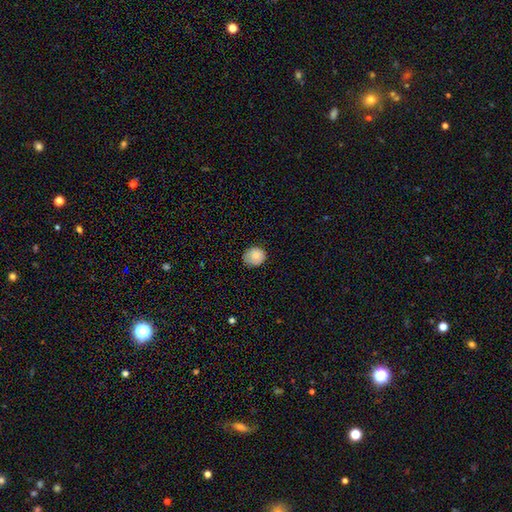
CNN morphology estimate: smooth 84%, featured or disk 8%, star or artifact 8%. Down the decision tree: how rounded — round (77%); merging — none (77%).